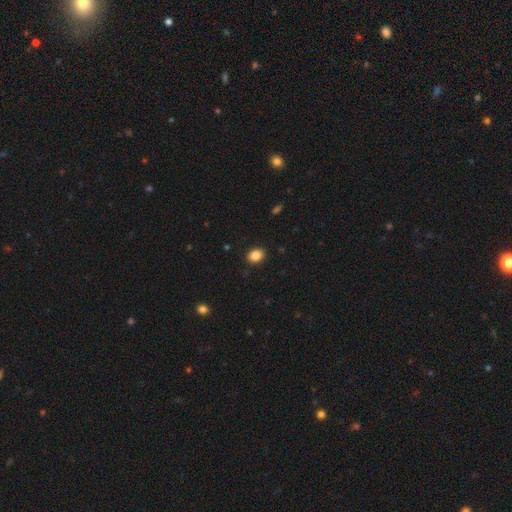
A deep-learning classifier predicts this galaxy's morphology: A smooth galaxy with no disk features (86%) that is in between round and cigar-shaped (63%).

Vote fractions:
- Smooth or featured? smooth: 86% / star or artifact: 9% / featured or disk: 5%
- How rounded? in between: 63% / round: 36% / cigar-shaped: 1%
- Merging? none: 90% / minor disturbance: 7% / major disturbance: 2% / merger: 1%